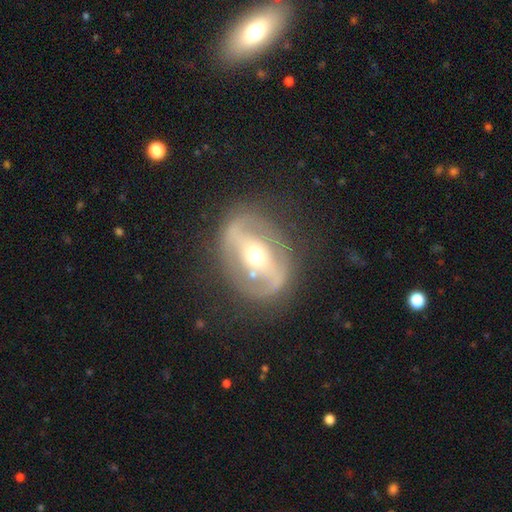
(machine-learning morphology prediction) smooth-or-featured: featured or disk: 78% | smooth: 15% | star or artifact: 6%
  disk-edge-on: no: 93% | yes: 7%
    bar: strong: 58% | no: 21% | weak: 21%
    has-spiral-arms: yes: 53% | no: 47%
    bulge-size: moderate: 59% | small: 34% | large: 5% | dominant: 1% | none: 1%
  merging: none: 79% | minor disturbance: 12% | major disturbance: 8% | merger: 2%